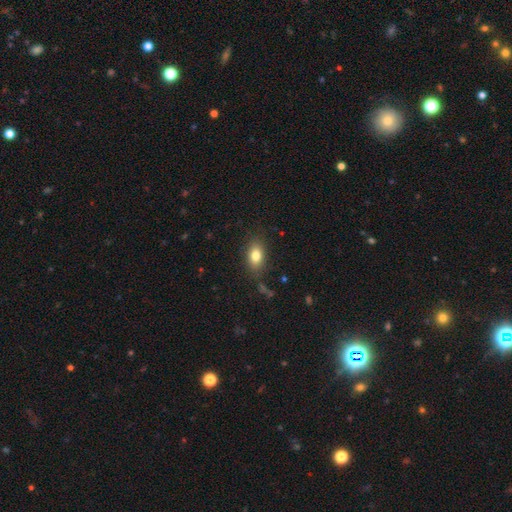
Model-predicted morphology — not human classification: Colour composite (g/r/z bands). It shows a smooth galaxy with no disk features (80%) that is in between round and cigar-shaped (85%). Merging: none (81%).